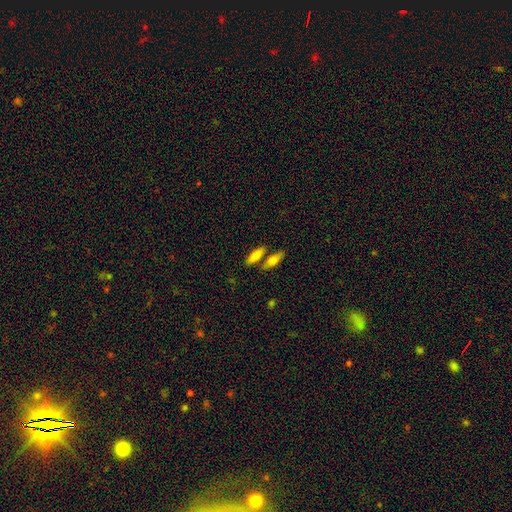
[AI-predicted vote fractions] This appears to be a smooth galaxy with no disk features (73%) that is cigar-shaped (49%). Merging: none (63%).